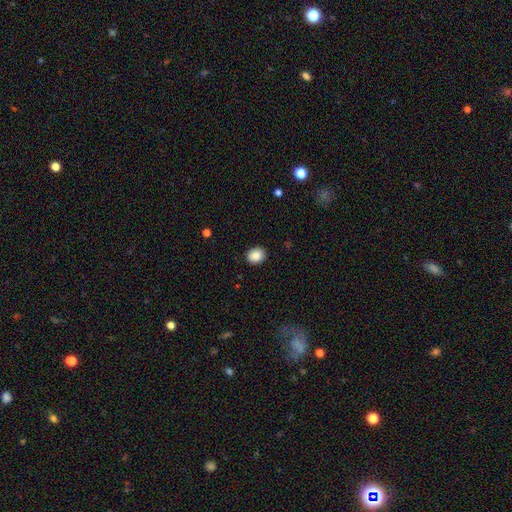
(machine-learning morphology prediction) Smooth or featured: smooth — 87% (star or artifact — 8%)
How rounded: round — 63% (in between — 36%)
Merging: none — 91% (minor disturbance — 7%)